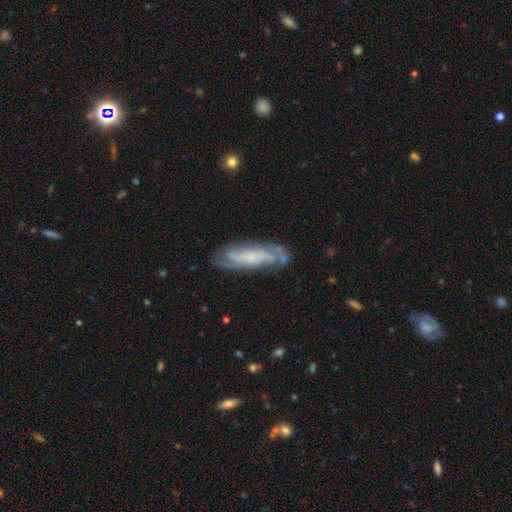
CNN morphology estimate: A featured or disk galaxy (68%) with no bar (52%), spiral arms (89%) and a small central bulge (41%).

Vote fractions:
- Smooth or featured? featured or disk: 68% / smooth: 23% / star or artifact: 9%
- Edge-on disk? no: 76% / yes: 24%
- Bar? no: 52% / weak: 34% / strong: 14%
- Spiral arms? yes: 89% / no: 11%
- Bulge size? small: 41% / none: 30% / moderate: 22% / large: 6% / dominant: 2%
- Merging? none: 74% / minor disturbance: 18% / major disturbance: 6% / merger: 2%